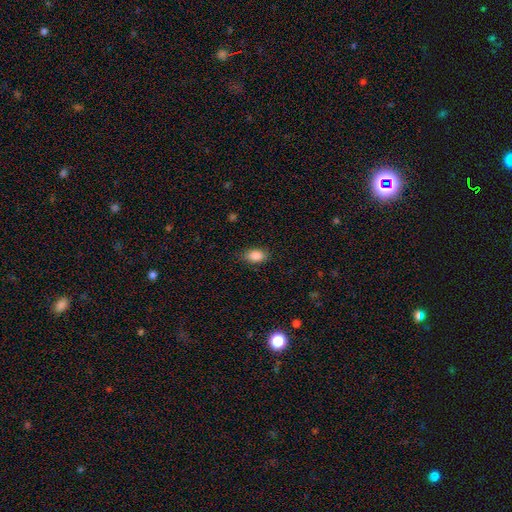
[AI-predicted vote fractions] The model was most divided on "merging": none: 84%, minor disturbance: 13%, major disturbance: 3%, merger: 1%. More confident: how rounded — in between (88%); smooth or featured — smooth (86%).